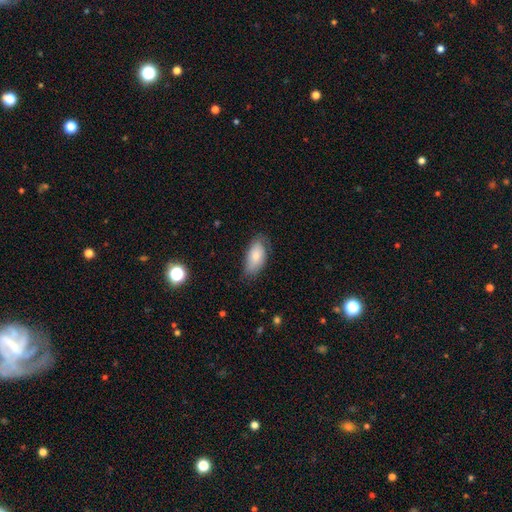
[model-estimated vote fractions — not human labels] smooth 80%, featured or disk 14%, star or artifact 7%. Down the decision tree: how rounded — in between (92%); merging — none (67%).